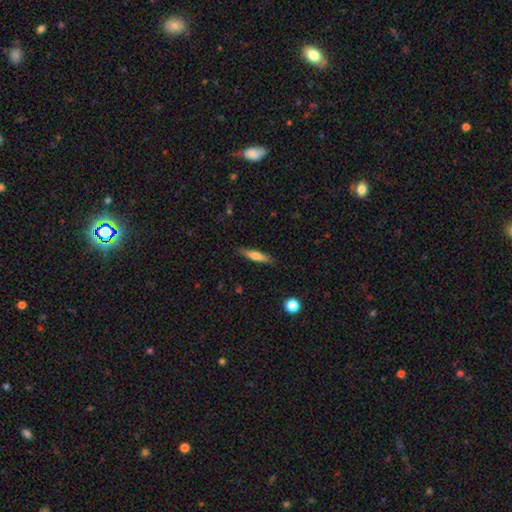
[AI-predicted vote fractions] A smooth galaxy with no disk features (63%) that is cigar-shaped (83%).

Vote fractions:
- Smooth or featured? smooth: 63% / featured or disk: 30% / star or artifact: 7%
- How rounded? cigar-shaped: 83% / in between: 15% / round: 2%
- Merging? none: 87% / minor disturbance: 10% / major disturbance: 2% / merger: 1%